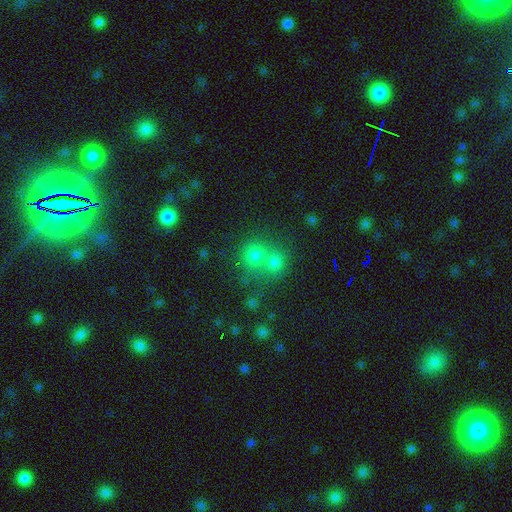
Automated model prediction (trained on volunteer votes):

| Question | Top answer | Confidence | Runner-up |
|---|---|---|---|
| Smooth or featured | smooth | 71% | star or artifact (19%) |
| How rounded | round | 82% | in between (17%) |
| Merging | merger | 47% | none (42%) |